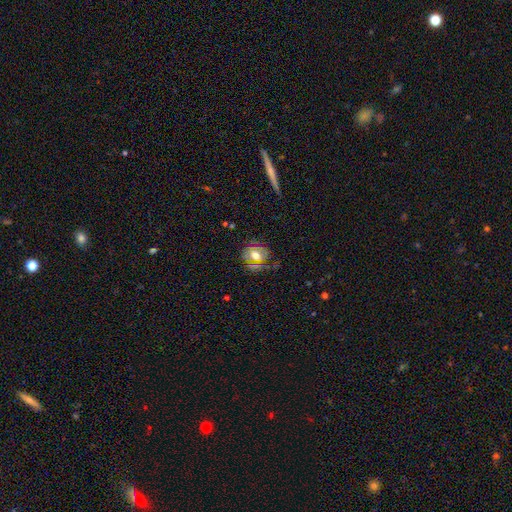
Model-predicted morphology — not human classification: This appears to be a smooth galaxy with no disk features (51%) that is round (51%). Merging: none (58%).